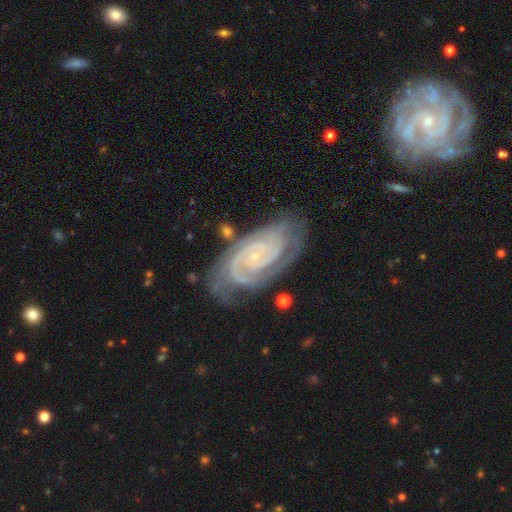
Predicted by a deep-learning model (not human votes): smooth_or_featured: featured or disk (p=0.91) [alt: star or artifact p=0.05]
disk_edge_on: no (p=0.97) [alt: yes p=0.03]
bar: no (p=0.65) [alt: weak p=0.25]
has_spiral_arms: yes (p=0.99) [alt: no p=0.01]
spiral_winding: tight (p=0.77) [alt: medium p=0.20]
spiral_arm_count: 2 (p=0.69) [alt: 3 p=0.14]
bulge_size: small (p=0.85) [alt: moderate p=0.08]
merging: none (p=0.72) [alt: minor disturbance p=0.19]